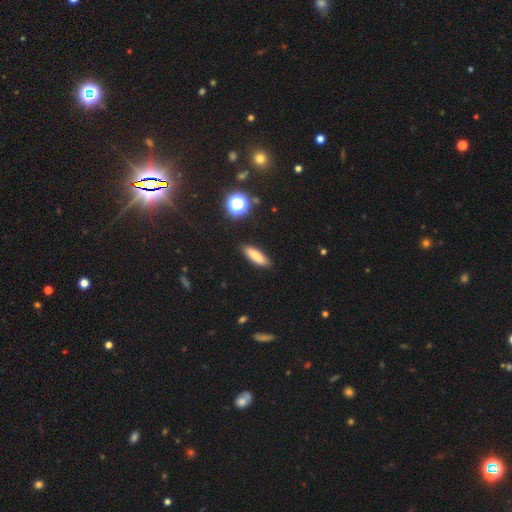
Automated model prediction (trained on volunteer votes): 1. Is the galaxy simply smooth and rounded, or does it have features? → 79% smooth, 12% featured or disk, 9% star or artifact.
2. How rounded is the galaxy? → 52% cigar-shaped, 45% in between, 2% round.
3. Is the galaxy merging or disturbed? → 87% none, 9% minor disturbance, 2% major disturbance, 1% merger.